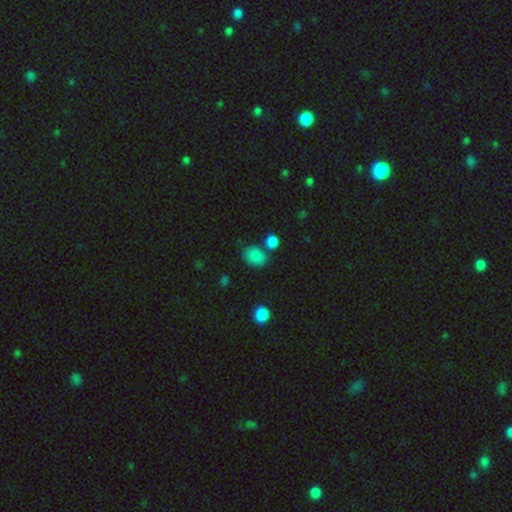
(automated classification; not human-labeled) Smooth or featured?
  - smooth: 84% *
  - star or artifact: 11%
  - featured or disk: 5%
How rounded?
  - in between: 68% *
  - round: 31%
  - cigar-shaped: 1%
Merging?
  - none: 65% *
  - minor disturbance: 16%
  - merger: 14%
  - major disturbance: 5%